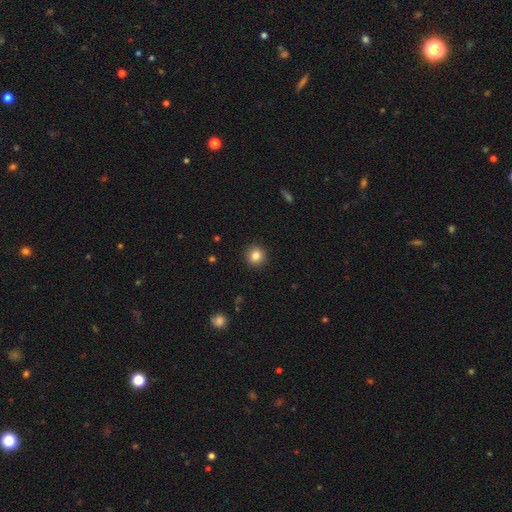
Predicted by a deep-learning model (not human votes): The model was most divided on "smooth or featured": smooth: 84%, star or artifact: 10%, featured or disk: 6%. More confident: how rounded — round (92%); merging — none (92%).